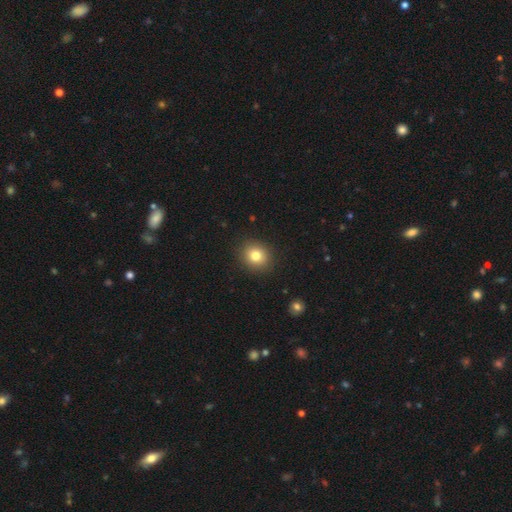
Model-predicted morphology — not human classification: type=smooth (80%); roundness=round (77%); merging=none (90%).